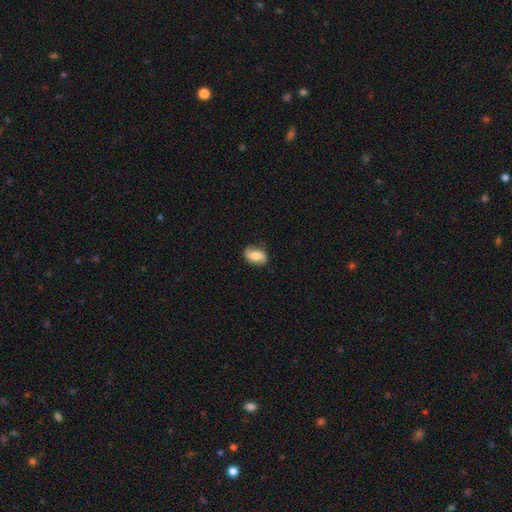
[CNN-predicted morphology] A smooth galaxy with no disk features (59%) that is in between round and cigar-shaped (85%).

Vote fractions:
- Smooth or featured? smooth: 59% / featured or disk: 33% / star or artifact: 8%
- How rounded? in between: 85% / round: 12% / cigar-shaped: 2%
- Merging? none: 77% / minor disturbance: 18% / major disturbance: 4% / merger: 1%